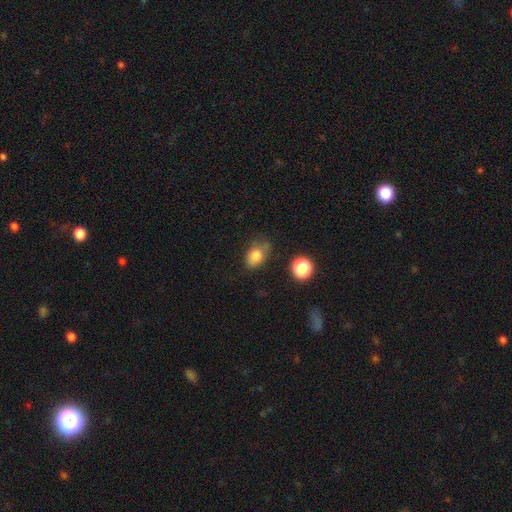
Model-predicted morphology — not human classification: smooth-or-featured: smooth: 80% | star or artifact: 11% | featured or disk: 9%
  how-rounded: in between: 75% | round: 24% | cigar-shaped: 1%
  merging: none: 49% | minor disturbance: 33% | major disturbance: 13% | merger: 5%